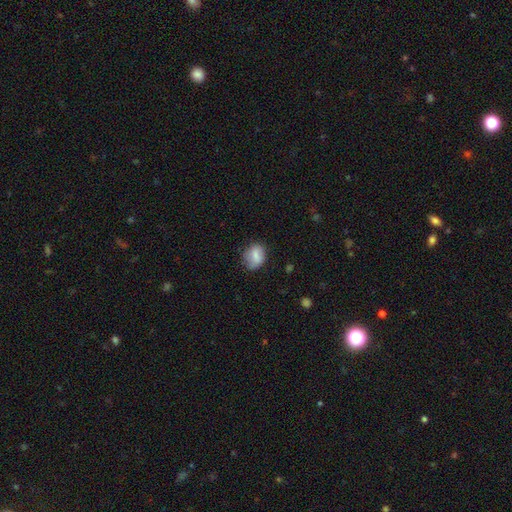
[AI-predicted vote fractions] A smooth galaxy with no disk features (73%) that is in between round and cigar-shaped (59%). Merging: none (68%).